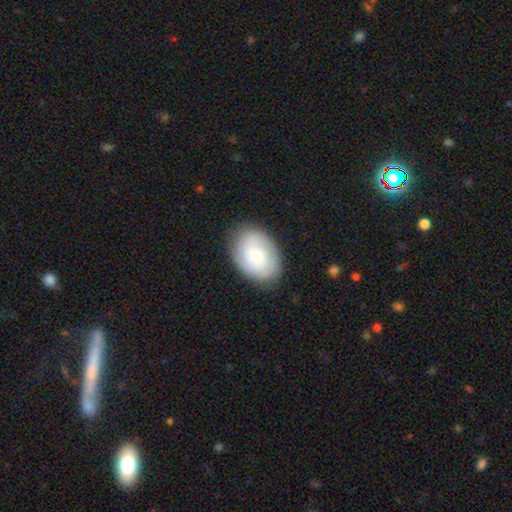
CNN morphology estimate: This is likely a smooth galaxy (68%). How rounded: clearly in between (82%). Merging: clearly none (83%).